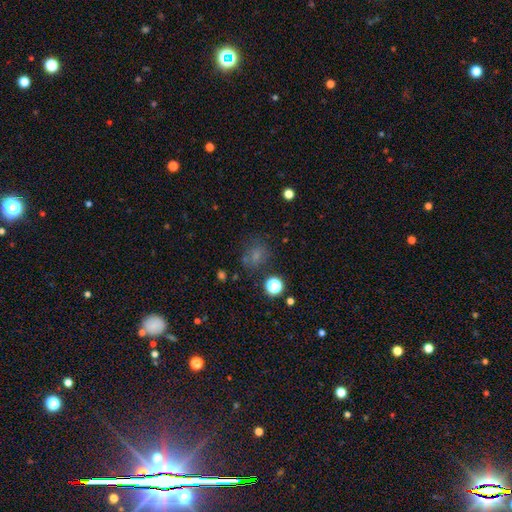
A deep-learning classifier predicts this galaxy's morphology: smooth_or_featured: smooth (p=0.59) [alt: star or artifact p=0.28]
how_rounded: round (p=0.66) [alt: in between p=0.33]
merging: none (p=0.66) [alt: minor disturbance p=0.17]